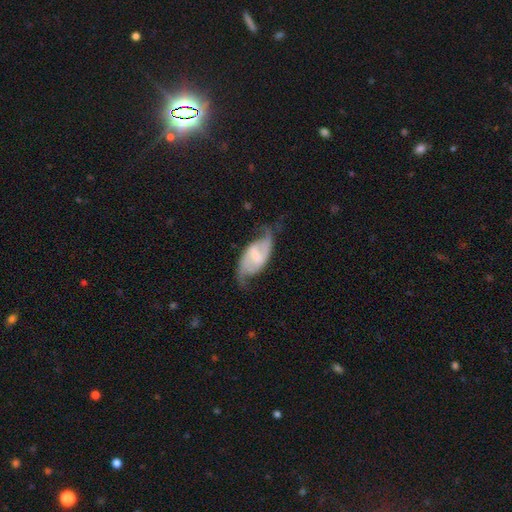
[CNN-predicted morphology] Overall: featured or disk (84%). Edge-on disk: no (96%). Bar: weak (49%; strong 36%). Spiral arms: yes (95%). Spiral arm count: 2 (92%). Spiral winding: loose (51%; medium 38%). Bulge size: small (50%; moderate 27%). Merging: none (70%).